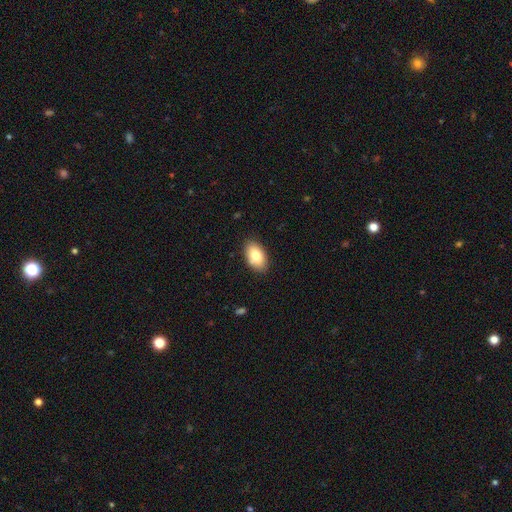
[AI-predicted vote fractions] A smooth galaxy with no disk features (83%) that is in between round and cigar-shaped (94%). Merging: none (86%).